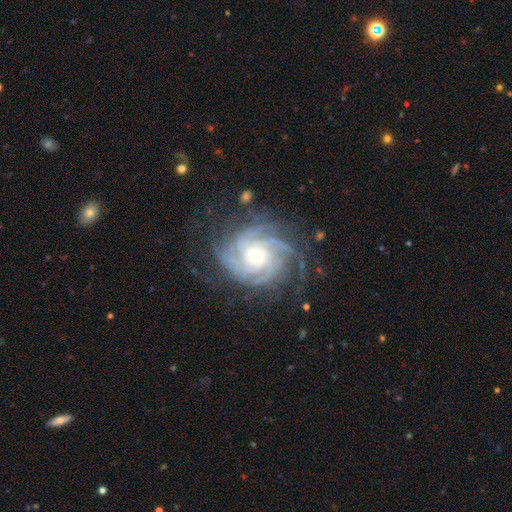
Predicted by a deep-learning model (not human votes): This appears to be a featured or disk galaxy (90%) with no bar (74%), 4 (30%) tight (70%) spiral arms (98%) and a small central bulge (55%). Merging: none (74%).